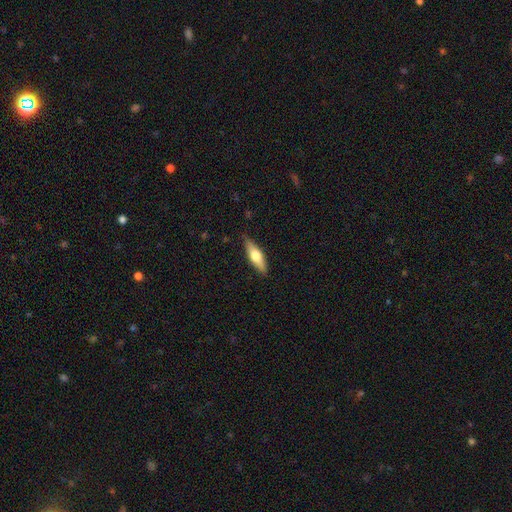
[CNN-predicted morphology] The model was most divided on "how rounded": cigar-shaped: 54%, in between: 44%, round: 2%. More confident: merging — none (85%); smooth or featured — smooth (55%).